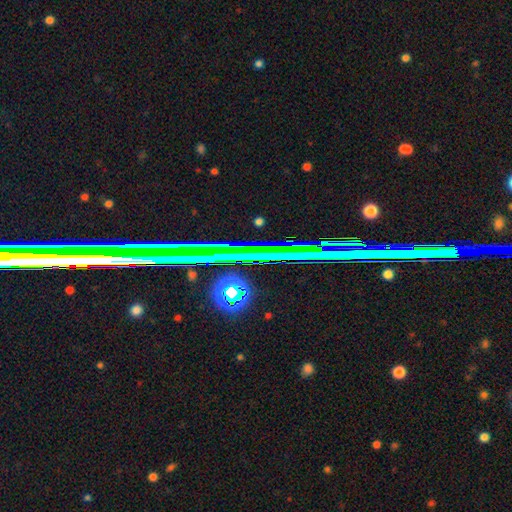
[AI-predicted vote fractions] This appears to be a star or artifact, not a galaxy (69%).